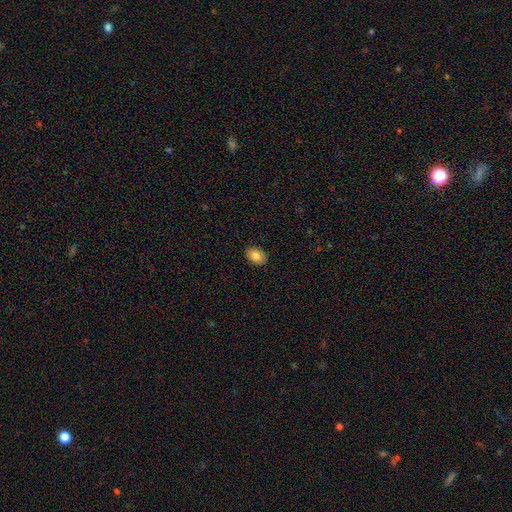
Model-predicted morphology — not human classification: smooth-or-featured: smooth: 82% | featured or disk: 10% | star or artifact: 7%
  how-rounded: in between: 82% | round: 17% | cigar-shaped: 1%
  merging: none: 89% | minor disturbance: 8% | major disturbance: 2% | merger: 1%